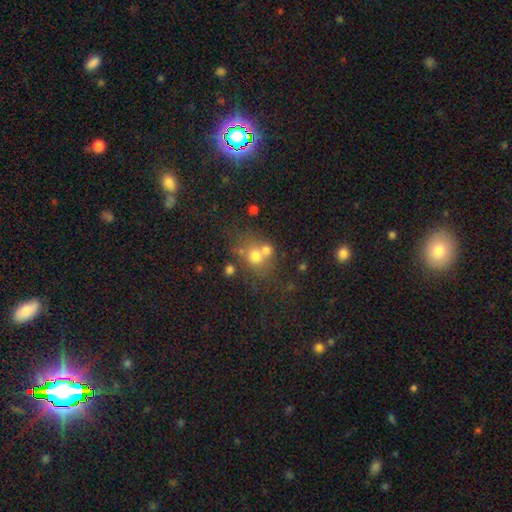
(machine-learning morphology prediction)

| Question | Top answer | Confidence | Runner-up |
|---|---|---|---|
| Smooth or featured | smooth | 65% | featured or disk (18%) |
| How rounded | round | 75% | in between (24%) |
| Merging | none | 44% | merger (40%) |